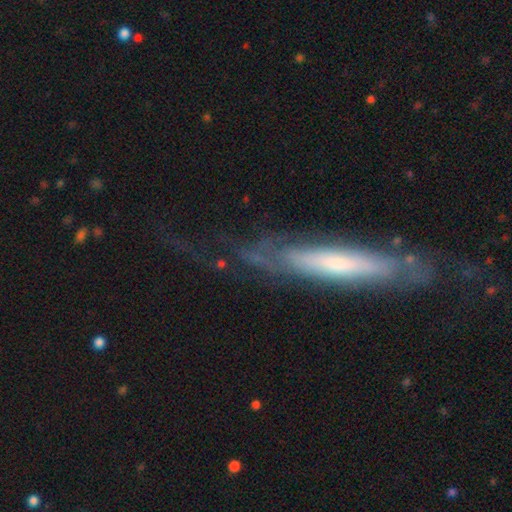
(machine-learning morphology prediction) smooth_or_featured: featured or disk (p=0.58) [alt: smooth p=0.32]
disk_edge_on: yes (p=0.56) [alt: no p=0.44]
merging: none (p=0.60) [alt: minor disturbance p=0.19]